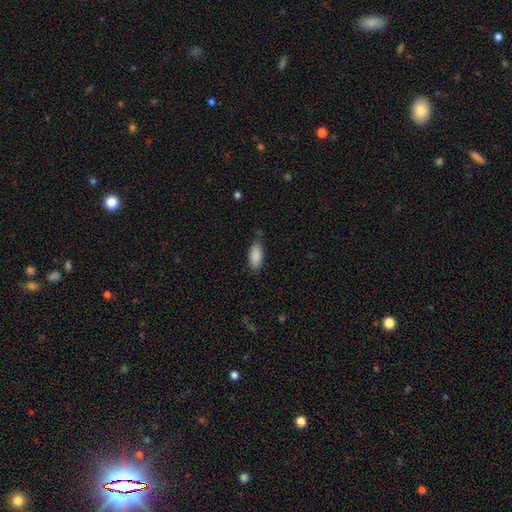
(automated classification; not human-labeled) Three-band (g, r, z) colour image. It shows a smooth galaxy with no disk features (89%) that is in between round and cigar-shaped (89%). Merging: none (71%).